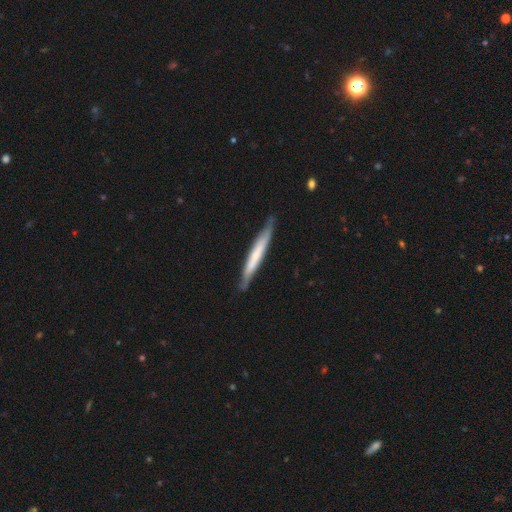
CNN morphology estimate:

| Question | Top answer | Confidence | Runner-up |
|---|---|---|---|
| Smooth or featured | smooth | 54% | featured or disk (41%) |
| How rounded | cigar-shaped | 96% | in between (3%) |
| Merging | none | 82% | minor disturbance (15%) |